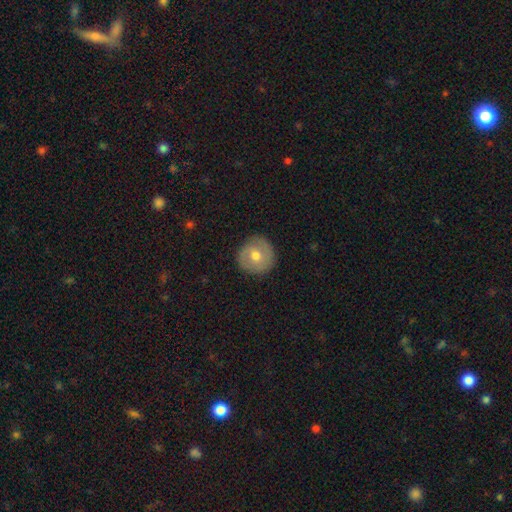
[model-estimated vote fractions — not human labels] smooth 62%, featured or disk 31%, star or artifact 8%. Down the decision tree: how rounded — round (94%); merging — none (87%).